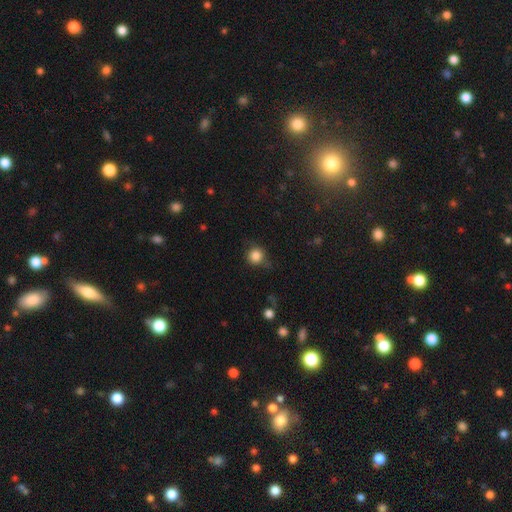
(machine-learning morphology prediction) Smooth or featured: smooth — 84% (star or artifact — 10%)
How rounded: round — 91% (in between — 8%)
Merging: none — 72% (minor disturbance — 20%)